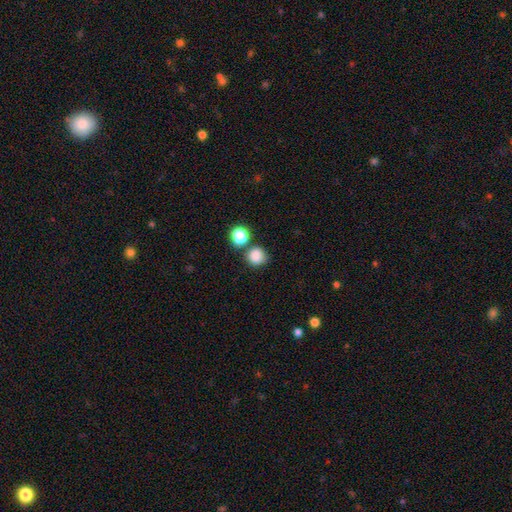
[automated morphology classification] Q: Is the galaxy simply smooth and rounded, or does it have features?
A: smooth — 84%.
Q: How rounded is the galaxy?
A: round — 89%.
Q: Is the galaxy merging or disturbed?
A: none — 70%.